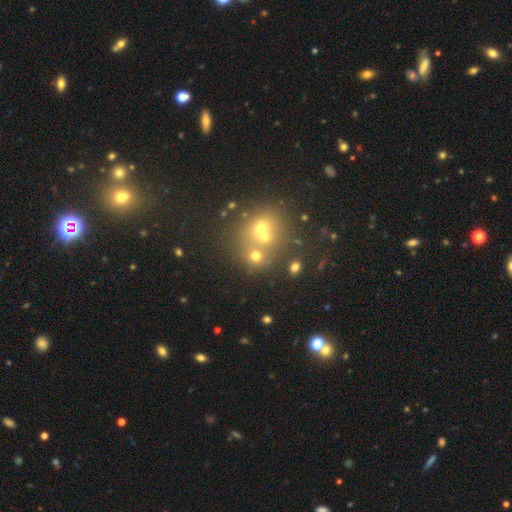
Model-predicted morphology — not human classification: Smooth or featured?
  - smooth: 58% *
  - star or artifact: 23%
  - featured or disk: 18%
How rounded?
  - round: 76% *
  - in between: 23%
  - cigar-shaped: 1%
Merging?
  - merger: 44% * (tied)
  - none: 44% * (tied)
  - minor disturbance: 8%
  - major disturbance: 4%